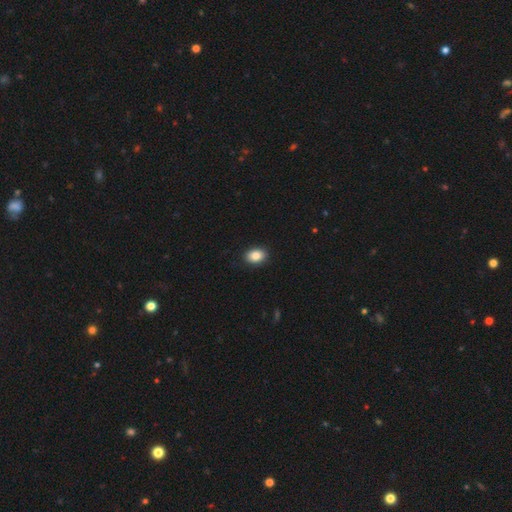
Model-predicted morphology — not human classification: smooth 86%, star or artifact 8%, featured or disk 5%. Down the decision tree: how rounded — in between (78%); merging — none (90%).